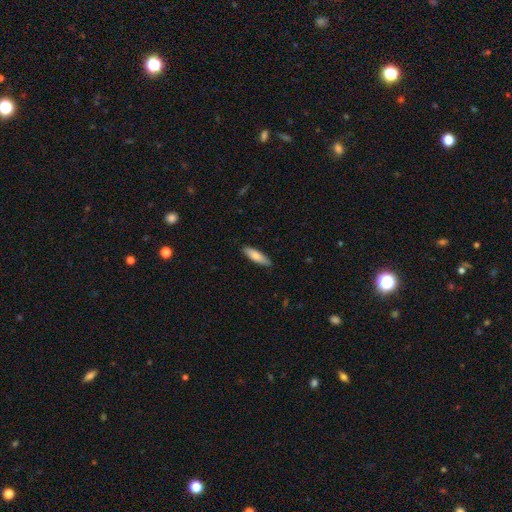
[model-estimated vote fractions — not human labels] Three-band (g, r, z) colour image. It shows a smooth galaxy with no disk features (80%) that is cigar-shaped (61%). Merging: none (87%).